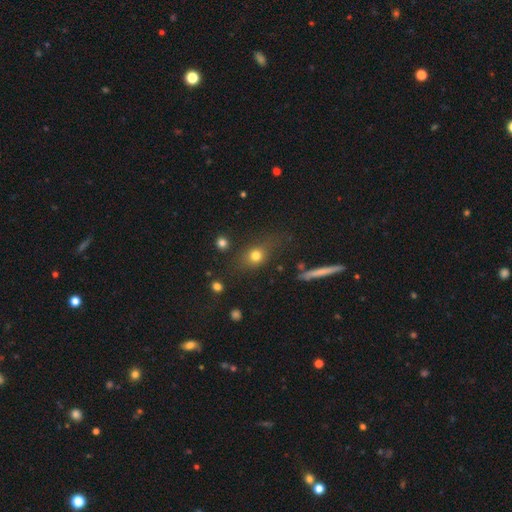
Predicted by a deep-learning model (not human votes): A smooth galaxy with no disk features (74%) that is round (53%). Merging: none (72%).